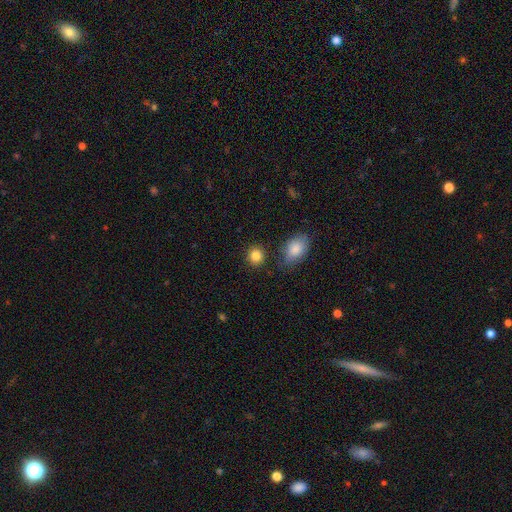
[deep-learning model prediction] smooth-or-featured: smooth: 85% | star or artifact: 10% | featured or disk: 5%
  how-rounded: round: 83% | in between: 16% | cigar-shaped: 1%
  merging: none: 82% | minor disturbance: 9% | merger: 5% | major disturbance: 3%